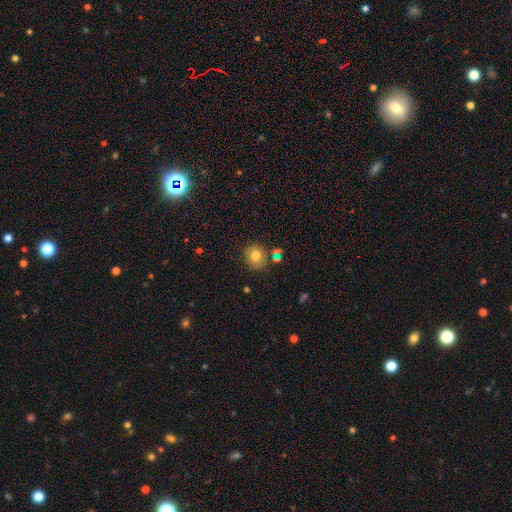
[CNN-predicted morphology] smooth_or_featured: smooth (p=0.76) [alt: featured or disk p=0.13]
how_rounded: round (p=0.79) [alt: in between p=0.20]
merging: none (p=0.75) [alt: minor disturbance p=0.12]